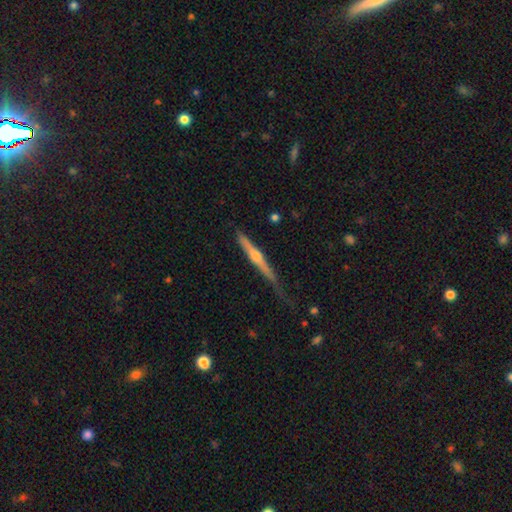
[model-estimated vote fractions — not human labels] Overall: featured or disk (69%). Edge-on disk: yes (97%). Edge-on bulge: rounded (83%). Merging: none (61%; minor disturbance 30%).